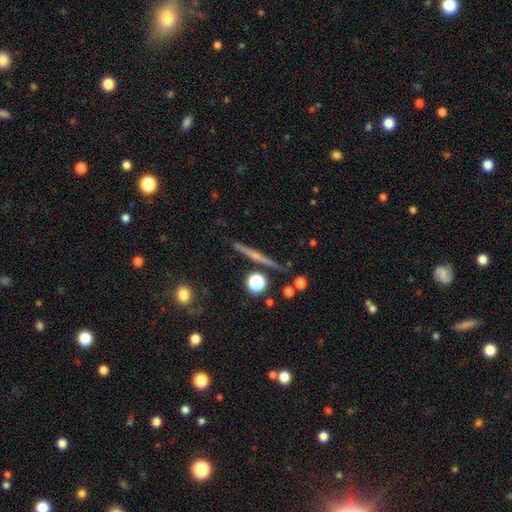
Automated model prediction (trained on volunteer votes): Overall: featured or disk (66%). Edge-on disk: yes (97%). Edge-on bulge: rounded (56%; none 36%). Merging: none (86%).